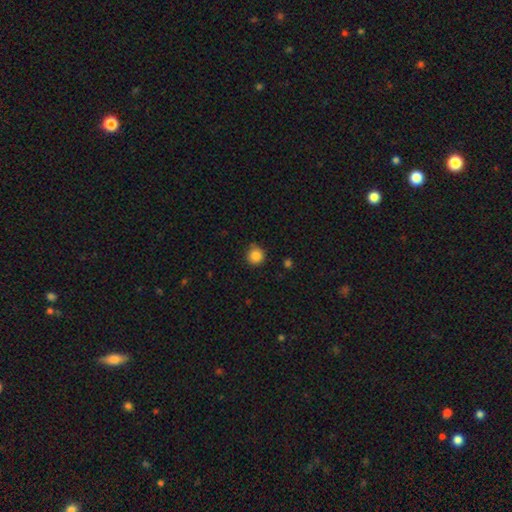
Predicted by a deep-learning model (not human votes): A smooth galaxy with no disk features (86%) that is round (94%).

Vote fractions:
- Smooth or featured? smooth: 86% / star or artifact: 10% / featured or disk: 4%
- How rounded? round: 94% / in between: 5% / cigar-shaped: 1%
- Merging? none: 82% / minor disturbance: 13% / major disturbance: 2% / merger: 2%